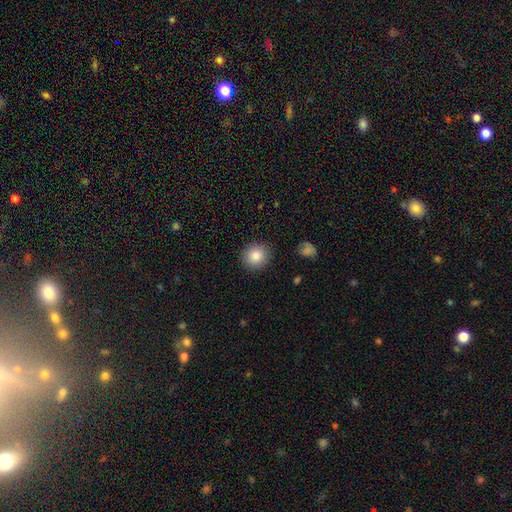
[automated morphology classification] smooth 85%, star or artifact 9%, featured or disk 6%. Down the decision tree: how rounded — round (87%); merging — none (90%).